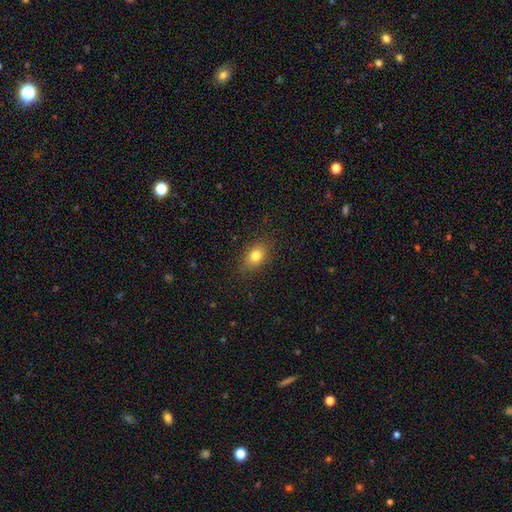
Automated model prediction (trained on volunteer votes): This appears to be a smooth galaxy with no disk features (80%) that is in between round and cigar-shaped (75%). Merging: none (85%).